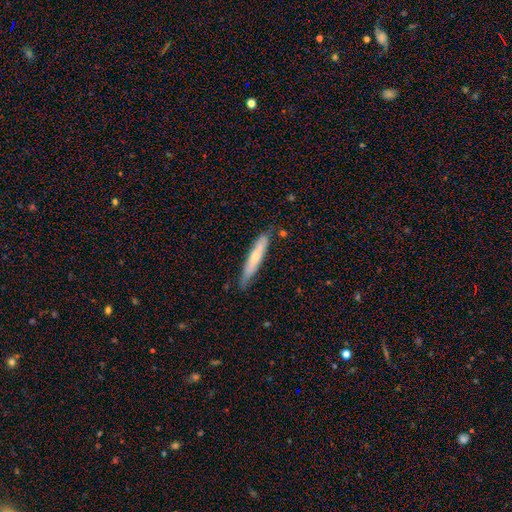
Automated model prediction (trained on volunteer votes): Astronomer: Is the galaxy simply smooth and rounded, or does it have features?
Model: smooth — 57% (runner-up: featured or disk, 37%).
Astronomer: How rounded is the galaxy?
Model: cigar-shaped — 92%.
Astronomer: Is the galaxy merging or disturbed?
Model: none — 79%.